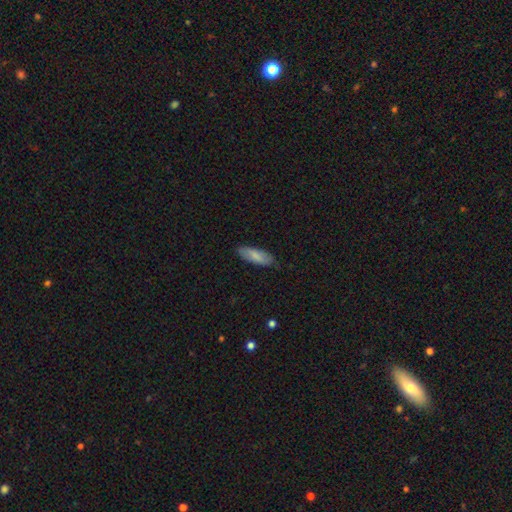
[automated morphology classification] Smooth or featured? smooth (82%)
How rounded? in between (63%)
Merging? none (82%)